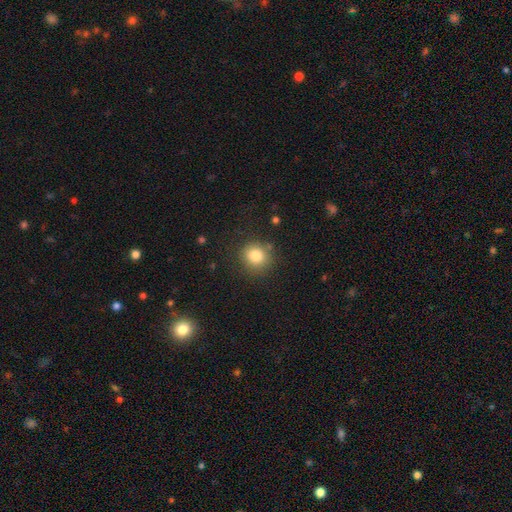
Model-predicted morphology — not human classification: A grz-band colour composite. It shows a smooth galaxy with no disk features (82%) that is round (87%). Merging: none (83%).